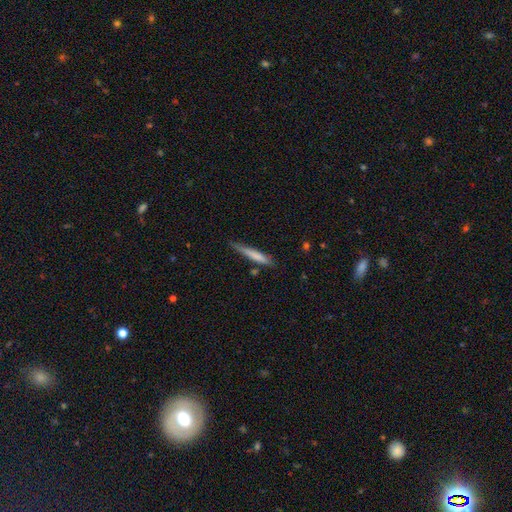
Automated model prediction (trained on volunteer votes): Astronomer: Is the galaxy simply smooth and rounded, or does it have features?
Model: smooth — 71%.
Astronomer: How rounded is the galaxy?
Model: cigar-shaped — 93%.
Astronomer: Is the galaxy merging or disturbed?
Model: none — 72%.